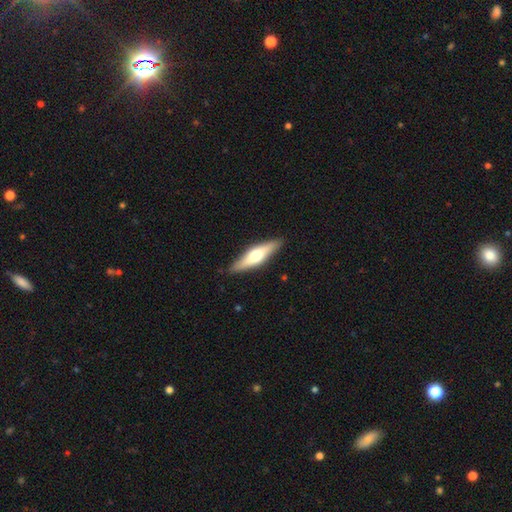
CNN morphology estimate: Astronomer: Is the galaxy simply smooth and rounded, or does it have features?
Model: featured or disk — 50% (runner-up: smooth, 45%).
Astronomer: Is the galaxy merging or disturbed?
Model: none — 88%.